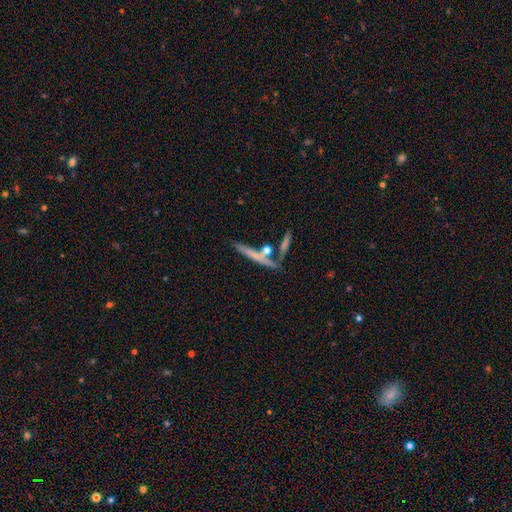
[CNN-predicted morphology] This appears to be a smooth galaxy with no disk features (49%). Merging: none (63%).